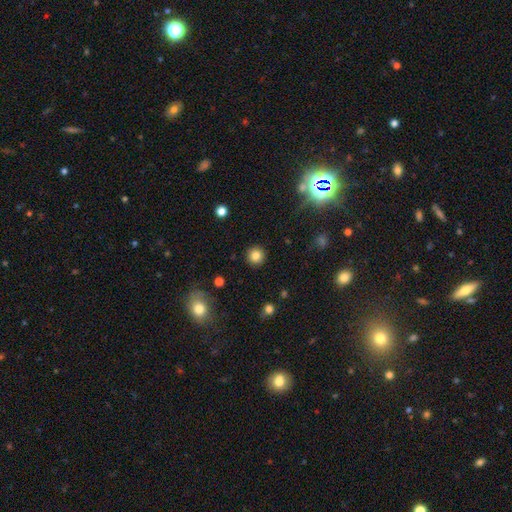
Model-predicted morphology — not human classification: The model was most divided on "smooth or featured": smooth: 83%, star or artifact: 12%, featured or disk: 5%. More confident: how rounded — round (95%); merging — none (92%).